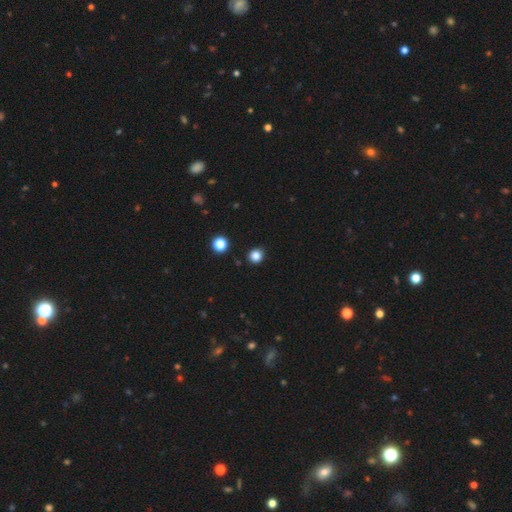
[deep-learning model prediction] Smooth or featured?
  - smooth: 84% *
  - star or artifact: 13%
  - featured or disk: 4%
How rounded?
  - round: 91% *
  - in between: 8%
  - cigar-shaped: 1%
Merging?
  - none: 91% *
  - minor disturbance: 5%
  - major disturbance: 2%
  - merger: 2%